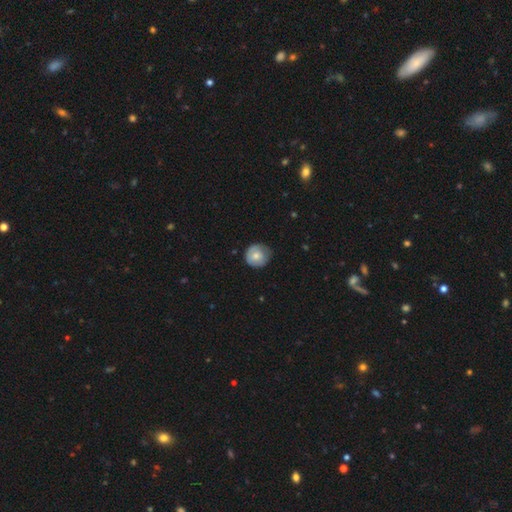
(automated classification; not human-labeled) This appears to be a smooth galaxy with no disk features (68%) that is round (90%). Merging: none (68%).